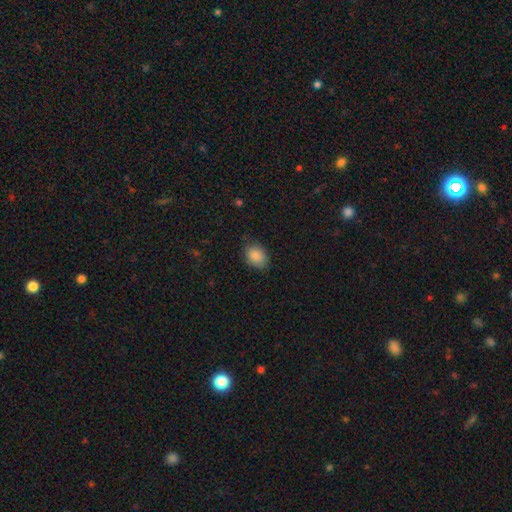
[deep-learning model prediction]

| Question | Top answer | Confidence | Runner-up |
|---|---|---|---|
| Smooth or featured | smooth | 88% | star or artifact (8%) |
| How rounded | in between | 68% | round (31%) |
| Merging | none | 76% | minor disturbance (19%) |